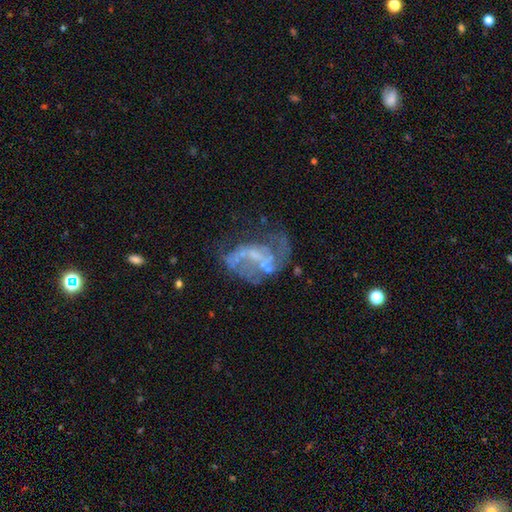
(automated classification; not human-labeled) This is likely a featured or disk galaxy (73%). It is clearly not viewed edge-on (97%). Bar: likely no (63%). Spiral arm pattern: possibly yes (55%). Central bulge: possibly none (51%). Merging: marginally none (35%, tied with major disturbance).